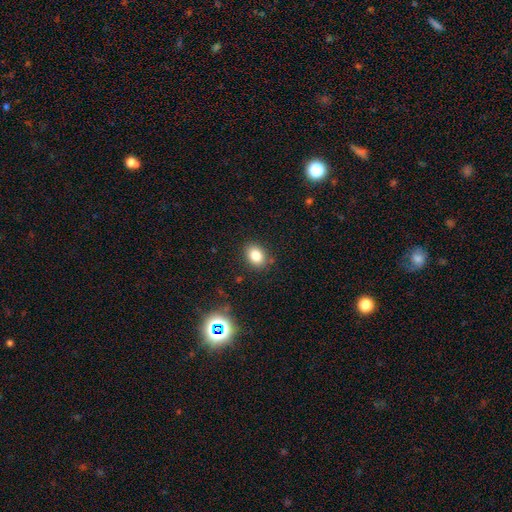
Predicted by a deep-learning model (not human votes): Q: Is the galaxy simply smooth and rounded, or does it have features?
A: smooth — 82%.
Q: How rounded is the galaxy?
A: in between — 61%.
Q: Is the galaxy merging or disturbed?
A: none — 85%.